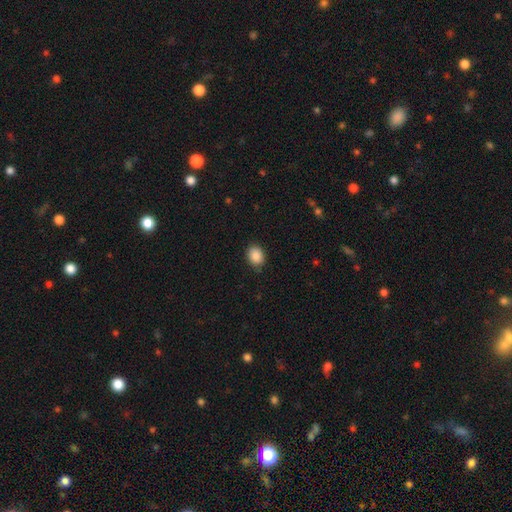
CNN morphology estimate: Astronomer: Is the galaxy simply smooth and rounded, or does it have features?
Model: smooth — 89%.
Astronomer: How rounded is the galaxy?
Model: in between — 61% (runner-up: round, 39%).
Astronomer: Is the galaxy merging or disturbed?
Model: none — 84%.